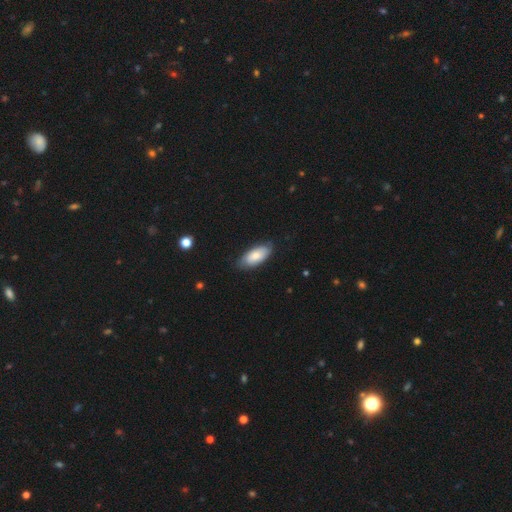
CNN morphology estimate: A smooth galaxy with no disk features (76%) that is in between round and cigar-shaped (90%).

Vote fractions:
- Smooth or featured? smooth: 76% / featured or disk: 18% / star or artifact: 6%
- How rounded? in between: 90% / cigar-shaped: 8% / round: 2%
- Merging? none: 78% / minor disturbance: 18% / major disturbance: 3% / merger: 1%